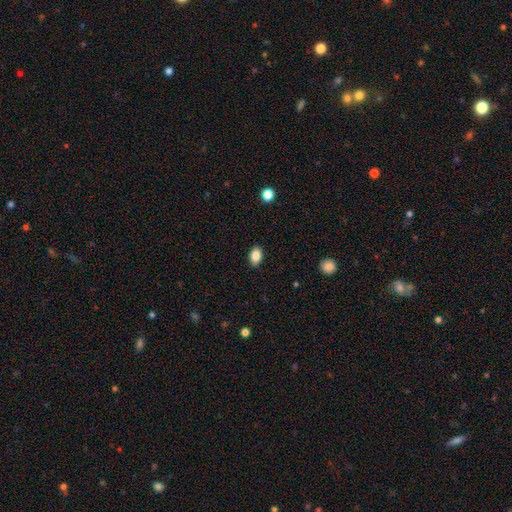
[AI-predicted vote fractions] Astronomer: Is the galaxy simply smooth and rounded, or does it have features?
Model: smooth — 86%.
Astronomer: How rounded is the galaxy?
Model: in between — 86%.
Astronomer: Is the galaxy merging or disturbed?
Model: none — 89%.